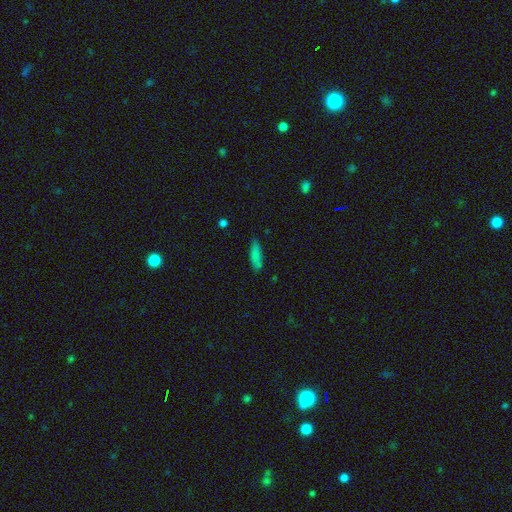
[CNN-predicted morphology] smooth_or_featured: smooth (p=0.83) [alt: star or artifact p=0.09]
how_rounded: cigar-shaped (p=0.56) [alt: in between p=0.42]
merging: none (p=0.78) [alt: minor disturbance p=0.17]